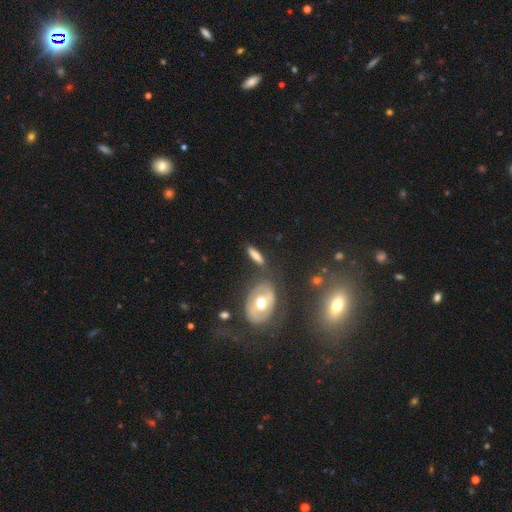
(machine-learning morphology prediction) smooth 62%, featured or disk 29%, star or artifact 8%. Down the decision tree: how rounded — cigar-shaped (52%); merging — none (68%).